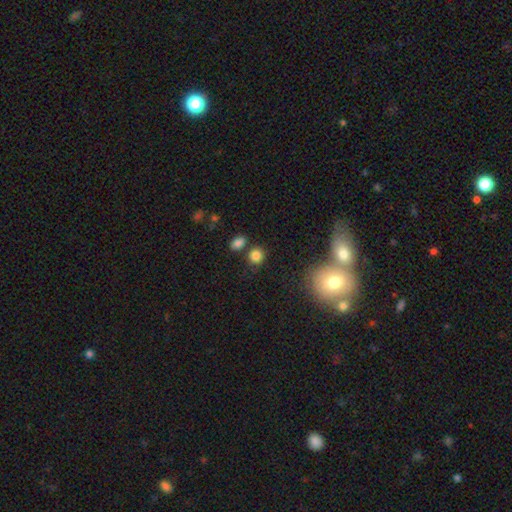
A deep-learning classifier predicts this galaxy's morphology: smooth-or-featured: smooth: 83% | star or artifact: 12% | featured or disk: 5%
  how-rounded: round: 78% | in between: 21% | cigar-shaped: 1%
  merging: none: 74% | merger: 12% | minor disturbance: 10% | major disturbance: 4%